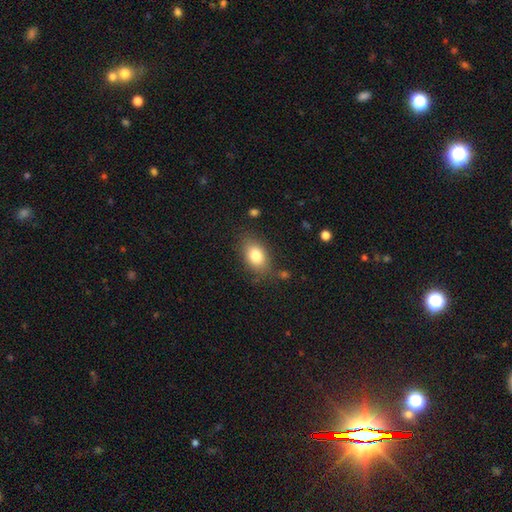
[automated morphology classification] type=smooth (80%); roundness=in between (83%); merging=none (78%).